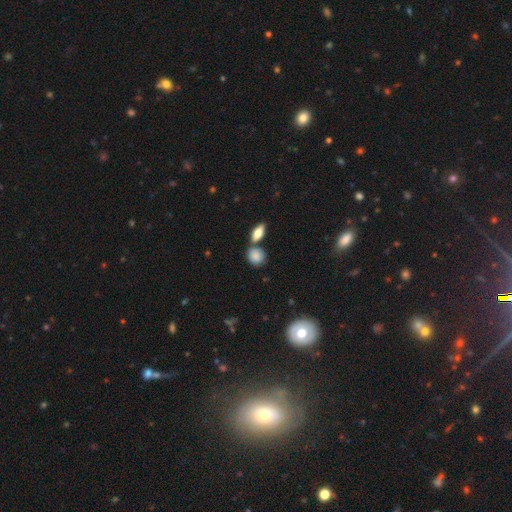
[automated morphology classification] Smooth or featured: smooth — 85% (star or artifact — 8%)
How rounded: round — 65% (in between — 32%)
Merging: none — 66% (merger — 16%)